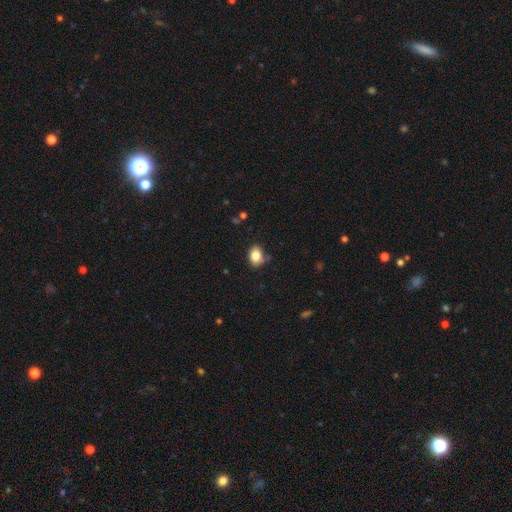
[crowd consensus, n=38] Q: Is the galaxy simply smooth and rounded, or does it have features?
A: smooth — 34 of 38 (89%).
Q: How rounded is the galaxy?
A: in between — 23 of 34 (68%).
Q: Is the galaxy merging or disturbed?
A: none — 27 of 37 (73%).